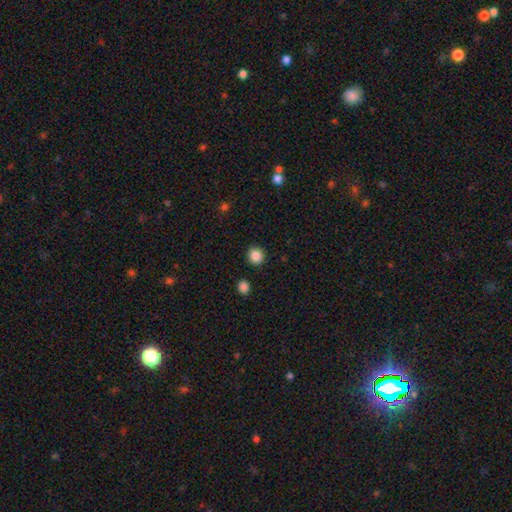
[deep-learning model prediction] Smooth or featured?
  - smooth: 86% *
  - star or artifact: 10%
  - featured or disk: 4%
How rounded?
  - round: 92% *
  - in between: 7%
  - cigar-shaped: 1%
Merging?
  - none: 92% *
  - minor disturbance: 5%
  - merger: 2%
  - major disturbance: 2%